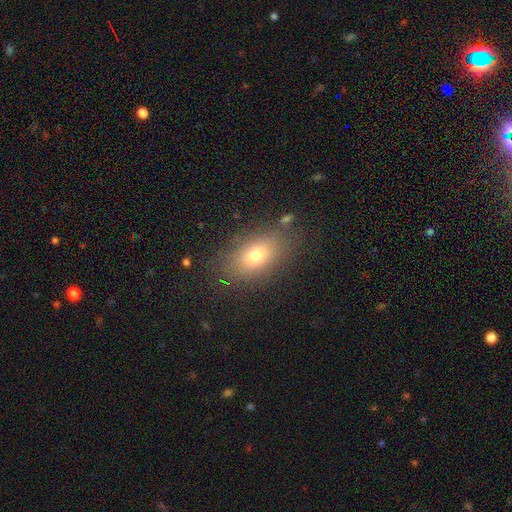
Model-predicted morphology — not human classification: Q: Smooth or featured?
A: smooth (73%); runner-up: featured or disk (15%)
Q: How rounded?
A: in between (83%); runner-up: round (13%)
Q: Merging?
A: none (80%); runner-up: minor disturbance (12%)